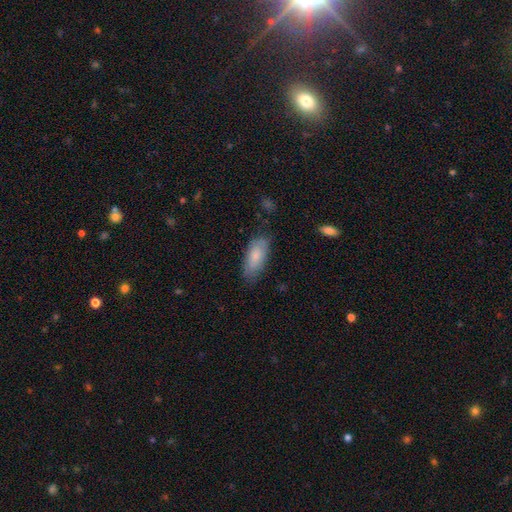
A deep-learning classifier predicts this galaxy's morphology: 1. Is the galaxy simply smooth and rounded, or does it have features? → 78% smooth, 16% featured or disk, 6% star or artifact.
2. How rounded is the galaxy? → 83% in between, 15% cigar-shaped, 2% round.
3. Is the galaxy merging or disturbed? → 71% none, 22% minor disturbance, 5% major disturbance, 1% merger.